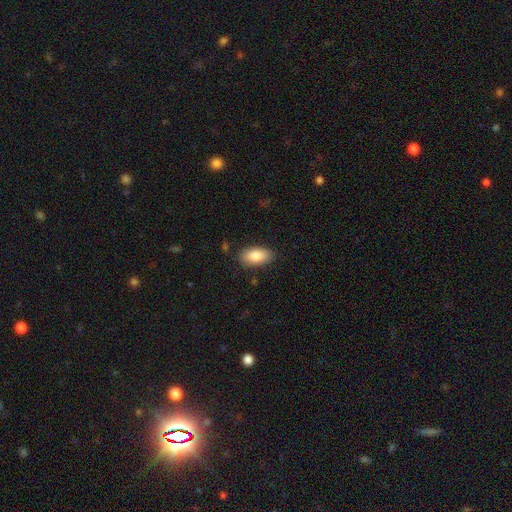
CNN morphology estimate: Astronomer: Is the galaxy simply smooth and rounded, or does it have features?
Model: smooth — 84%.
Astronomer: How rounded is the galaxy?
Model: in between — 93%.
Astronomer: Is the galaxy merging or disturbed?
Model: none — 85%.